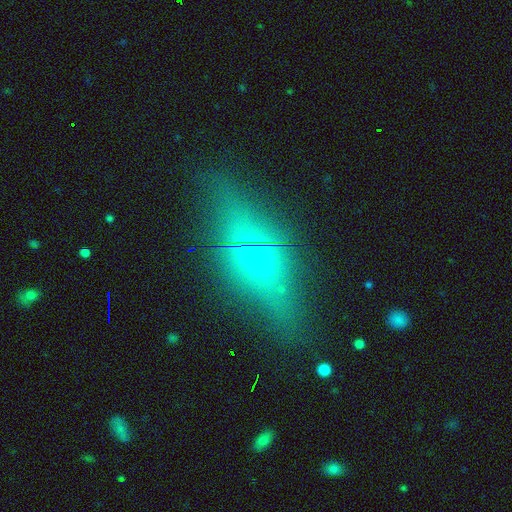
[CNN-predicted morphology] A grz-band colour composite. It shows a featured or disk galaxy (41%). Merging: none (53%).